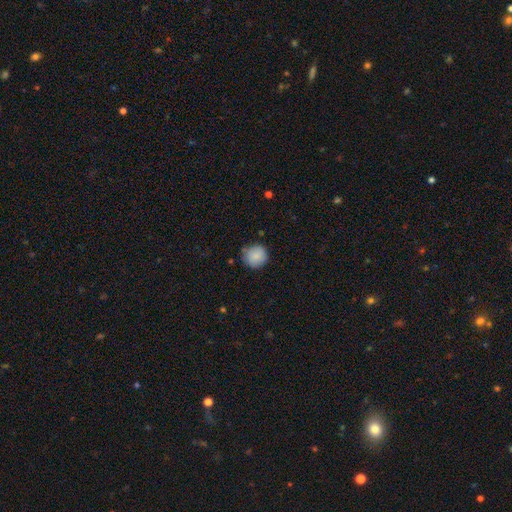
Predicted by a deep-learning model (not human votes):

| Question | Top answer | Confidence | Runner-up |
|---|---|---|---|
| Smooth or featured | smooth | 87% | star or artifact (7%) |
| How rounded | round | 92% | in between (7%) |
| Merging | none | 80% | minor disturbance (15%) |